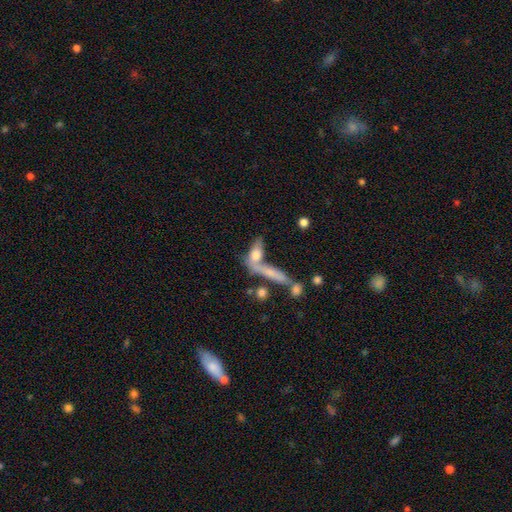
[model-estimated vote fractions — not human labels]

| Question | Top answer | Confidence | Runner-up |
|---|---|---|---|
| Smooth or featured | featured or disk | 42% | smooth (39%) |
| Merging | merger | 46% | none (29%) |